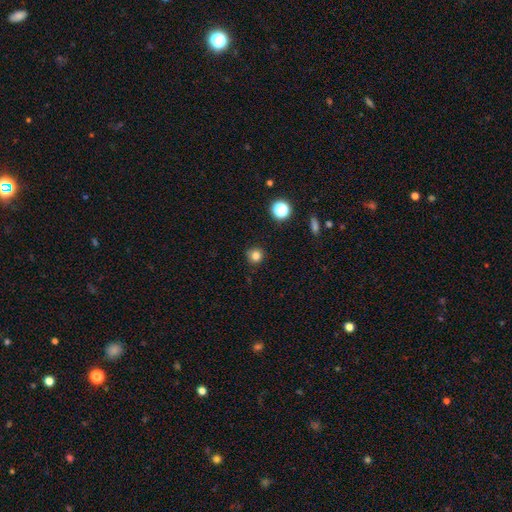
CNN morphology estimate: Smooth or featured? Predicted: smooth (p=0.81). How rounded? Predicted: round (p=0.94). Merging? Predicted: none (p=0.90).